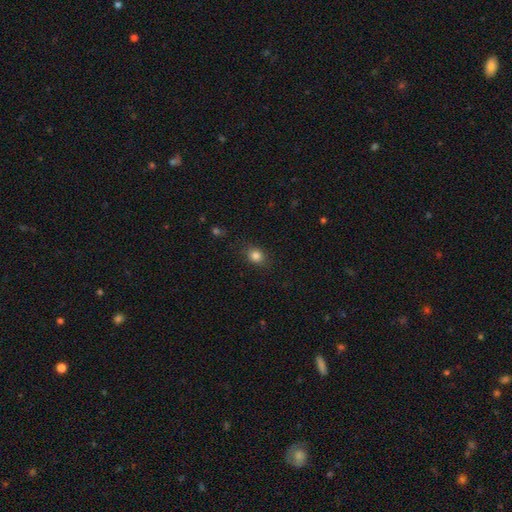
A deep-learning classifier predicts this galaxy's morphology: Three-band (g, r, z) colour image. It shows a smooth galaxy with no disk features (84%) that is round (63%). Merging: none (83%).